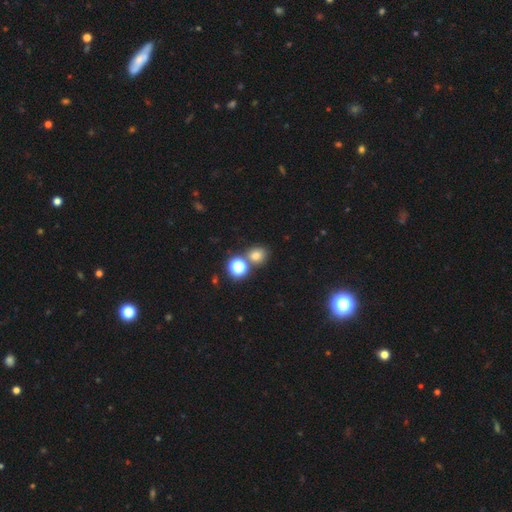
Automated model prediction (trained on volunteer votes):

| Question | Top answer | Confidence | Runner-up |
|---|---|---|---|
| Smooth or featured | smooth | 71% | star or artifact (21%) |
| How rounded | round | 77% | in between (22%) |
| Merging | none | 69% | merger (19%) |